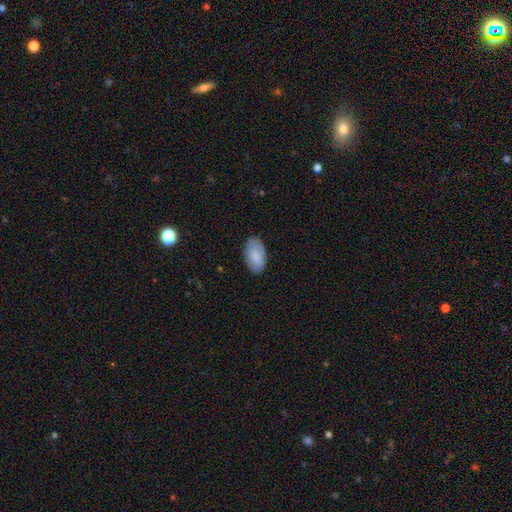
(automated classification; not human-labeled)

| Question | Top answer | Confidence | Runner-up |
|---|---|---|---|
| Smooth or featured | smooth | 85% | featured or disk (10%) |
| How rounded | in between | 95% | round (3%) |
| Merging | none | 83% | minor disturbance (13%) |